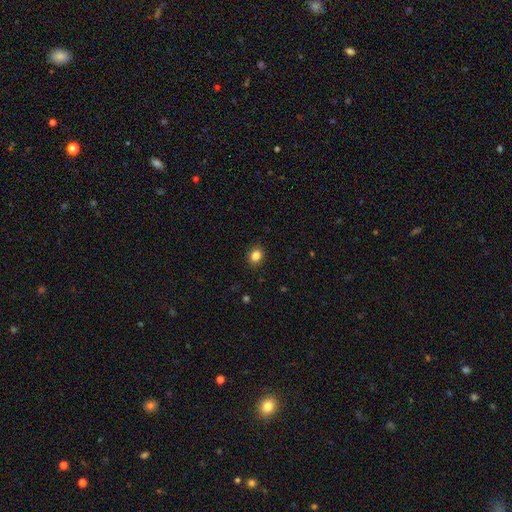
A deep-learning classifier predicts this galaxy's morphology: A smooth galaxy with no disk features (84%) that is round (54%). Merging: none (90%).